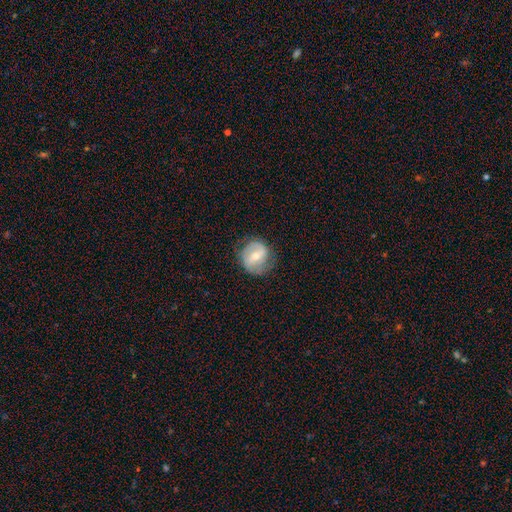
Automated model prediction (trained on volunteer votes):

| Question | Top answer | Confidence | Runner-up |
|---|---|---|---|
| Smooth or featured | featured or disk | 63% | smooth (31%) |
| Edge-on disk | no | 97% | yes (3%) |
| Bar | weak | 46% | strong (35%) |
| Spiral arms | yes | 75% | no (25%) |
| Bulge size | moderate | 54% | small (41%) |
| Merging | none | 72% | minor disturbance (19%) |